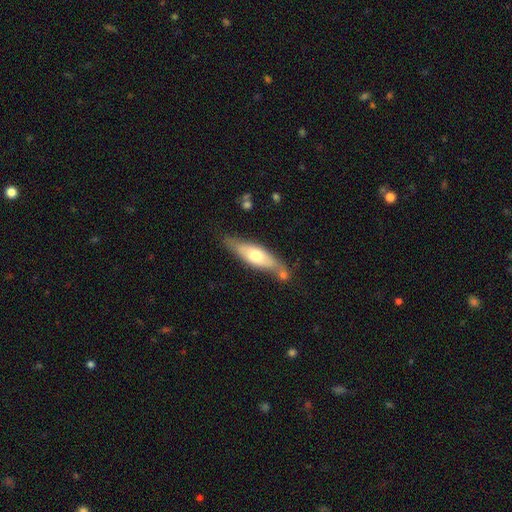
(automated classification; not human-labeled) Smooth or featured: smooth — 52% (featured or disk — 43%)
How rounded: cigar-shaped — 56% (in between — 42%)
Merging: none — 63% (minor disturbance — 19%)